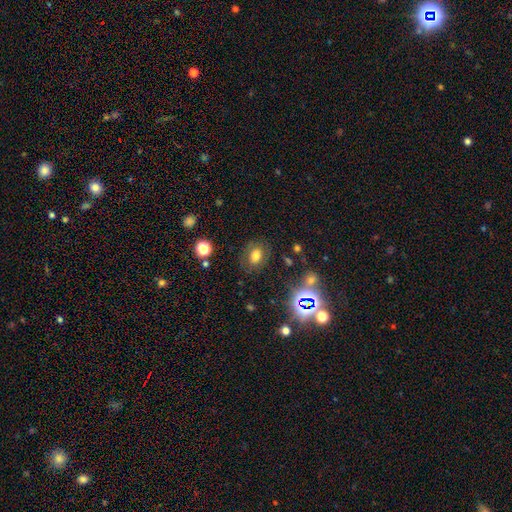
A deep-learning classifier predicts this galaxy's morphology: Smooth or featured? smooth (66%)
How rounded? in between (57%)
Merging? none (76%)